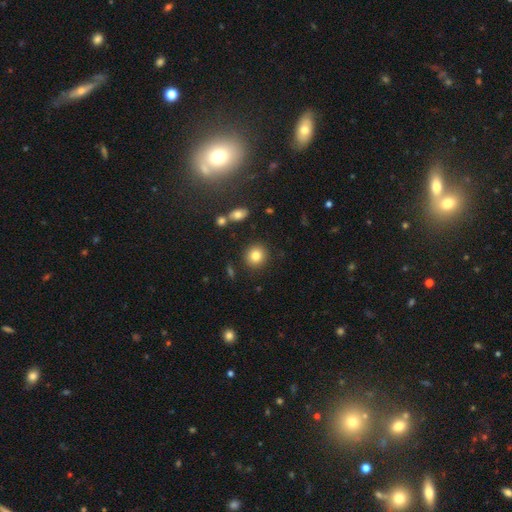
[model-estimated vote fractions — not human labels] smooth 83%, star or artifact 10%, featured or disk 8%. Down the decision tree: how rounded — round (88%); merging — none (89%).